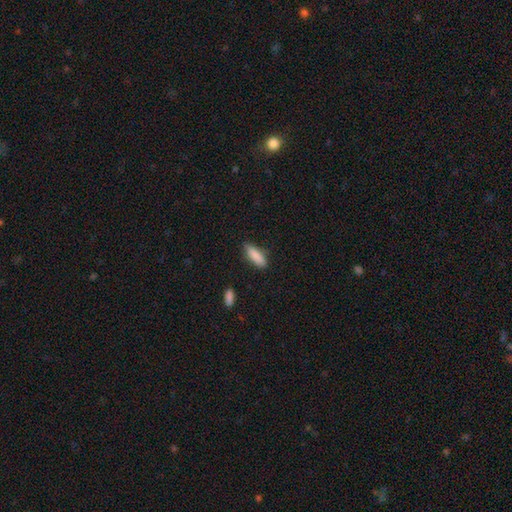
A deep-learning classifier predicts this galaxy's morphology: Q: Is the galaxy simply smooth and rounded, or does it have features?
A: smooth — 87%.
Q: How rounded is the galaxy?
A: in between — 53%.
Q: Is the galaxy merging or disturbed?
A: none — 83%.